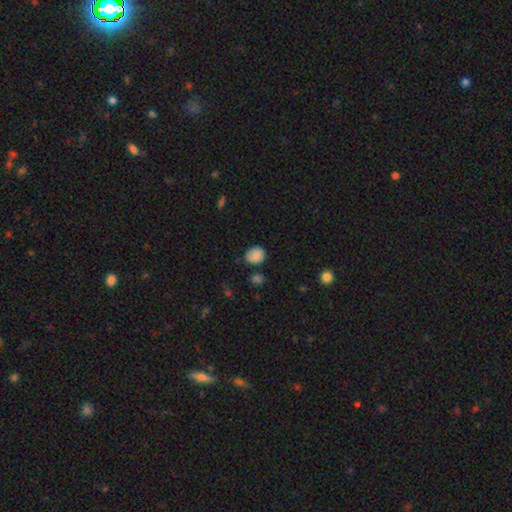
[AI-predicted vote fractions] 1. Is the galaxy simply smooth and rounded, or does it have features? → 85% smooth, 9% star or artifact, 6% featured or disk.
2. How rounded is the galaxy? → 69% round, 30% in between, 1% cigar-shaped.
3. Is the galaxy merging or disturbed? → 73% none, 20% minor disturbance, 4% major disturbance, 4% merger.